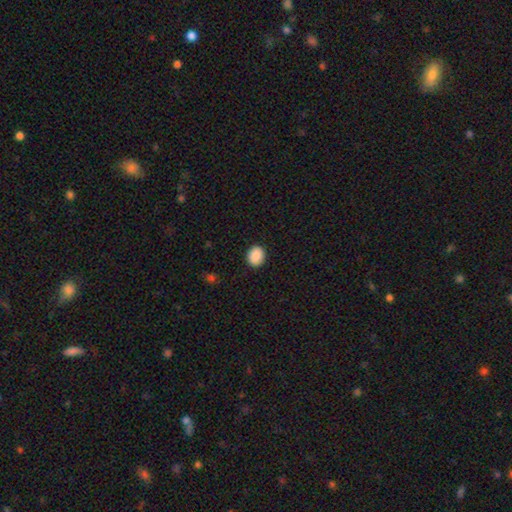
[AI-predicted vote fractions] A smooth galaxy with no disk features (90%) that is round (52%).

Vote fractions:
- Smooth or featured? smooth: 90% / star or artifact: 7% / featured or disk: 2%
- How rounded? round: 52% / in between: 47% / cigar-shaped: 1%
- Merging? none: 90% / minor disturbance: 7% / major disturbance: 2% / merger: 1%